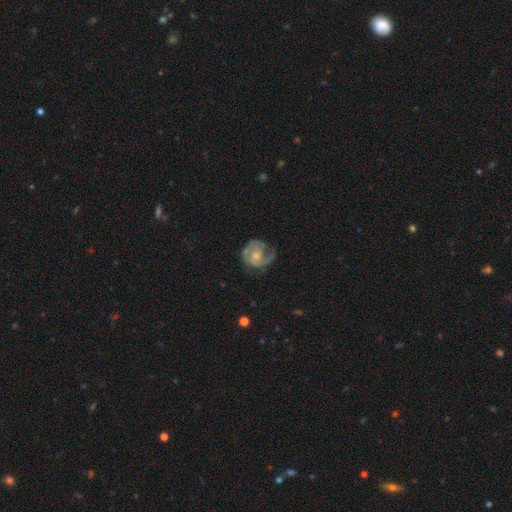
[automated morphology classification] Smooth or featured?
  - featured or disk: 78% *
  - smooth: 16%
  - star or artifact: 6%
Edge-on disk?
  - no: 98% *
  - yes: 2%
Bar?
  - no: 71% *
  - weak: 25%
  - strong: 4%
Spiral arms?
  - yes: 91% *
  - no: 9%
Spiral winding?
  - tight: 43% * (tied)
  - medium: 43% * (tied)
  - loose: 15%
Spiral arm count?
  - 2: 62% *
  - can't tell: 14%
  - 3: 10%
  - 1: 9%
  - 4: 2%
  - more than 4: 2%
Bulge size?
  - small: 47% *
  - moderate: 39%
  - none: 9%
  - large: 4%
  - dominant: 1%
Merging?
  - none: 59% *
  - minor disturbance: 23%
  - major disturbance: 15%
  - merger: 2%